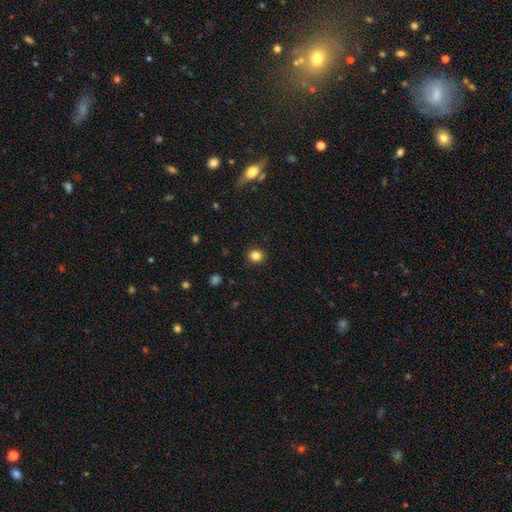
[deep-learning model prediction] Smooth or featured? Predicted: smooth (p=0.84). How rounded? Predicted: round (p=0.78). Merging? Predicted: none (p=0.90).